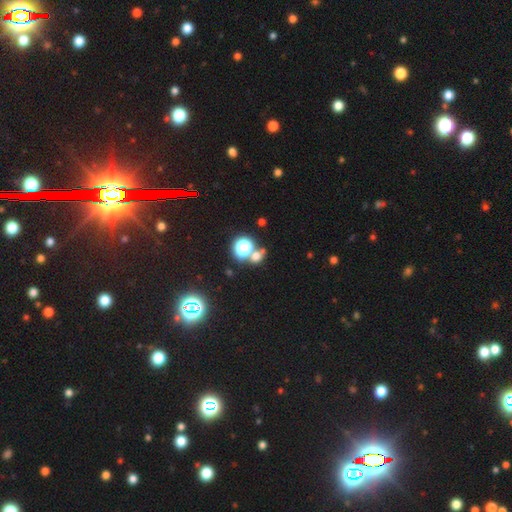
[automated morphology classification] type=smooth (54%); roundness=round (69%); merging=none (60%).